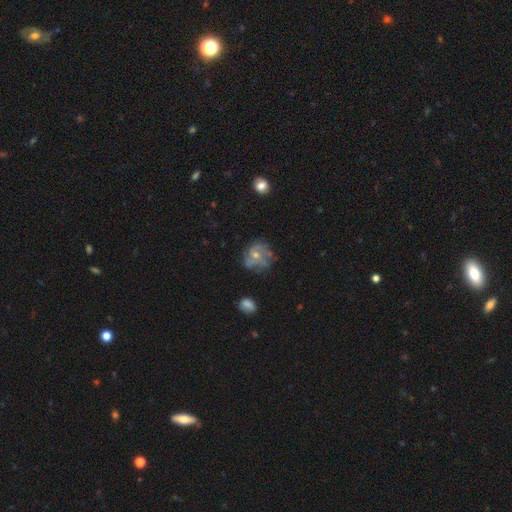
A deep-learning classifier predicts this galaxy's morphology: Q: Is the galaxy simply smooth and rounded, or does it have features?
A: featured or disk — 61%.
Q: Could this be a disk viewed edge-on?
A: no — 97%.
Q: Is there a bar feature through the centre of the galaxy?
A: no — 76%.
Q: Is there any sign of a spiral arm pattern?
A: yes — 72%.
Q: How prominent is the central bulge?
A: small — 53%.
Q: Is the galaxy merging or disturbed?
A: none — 65%.